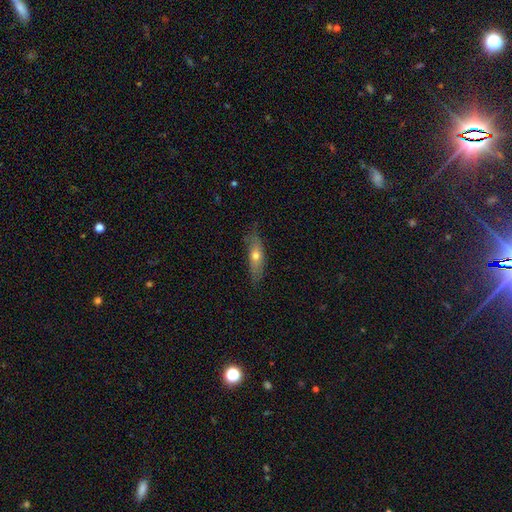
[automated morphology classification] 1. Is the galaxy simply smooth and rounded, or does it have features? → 55% smooth, 38% featured or disk, 7% star or artifact.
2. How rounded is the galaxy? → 56% cigar-shaped, 41% in between, 3% round.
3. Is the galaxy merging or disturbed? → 78% none, 18% minor disturbance, 3% major disturbance, 1% merger.